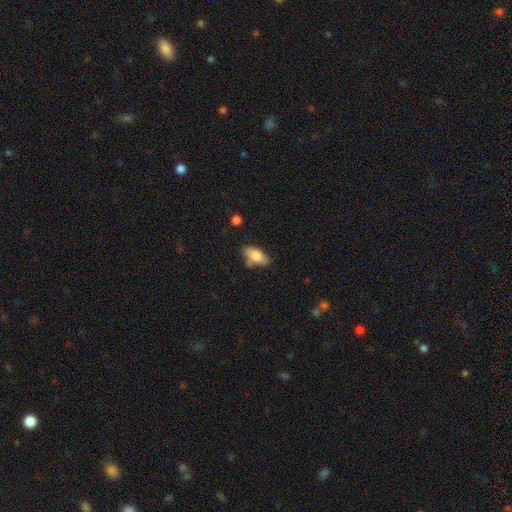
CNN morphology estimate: Q: Smooth or featured?
A: smooth (77%); runner-up: featured or disk (15%)
Q: How rounded?
A: in between (88%); runner-up: cigar-shaped (7%)
Q: Merging?
A: none (64%); runner-up: minor disturbance (25%)